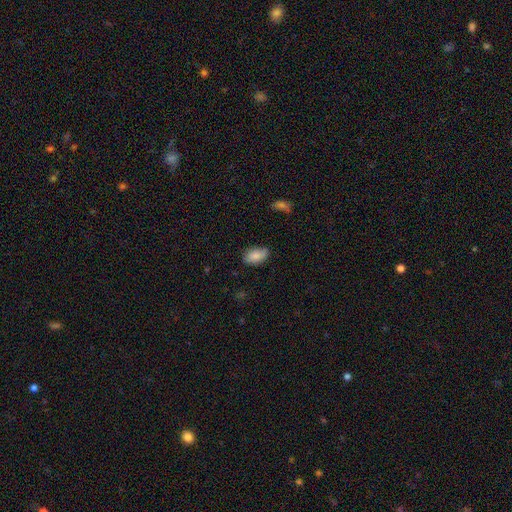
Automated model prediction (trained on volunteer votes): smooth-or-featured: smooth: 84% | featured or disk: 8% | star or artifact: 7%
  how-rounded: in between: 93% | round: 5% | cigar-shaped: 2%
  merging: none: 75% | minor disturbance: 20% | major disturbance: 3% | merger: 2%